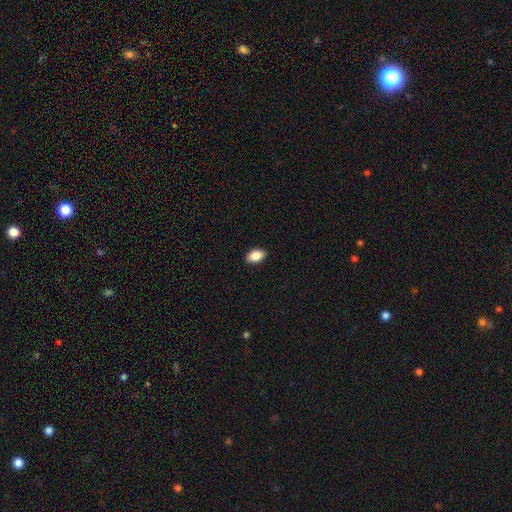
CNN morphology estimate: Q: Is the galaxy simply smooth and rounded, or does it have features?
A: smooth — 87%.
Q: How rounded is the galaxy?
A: in between — 92%.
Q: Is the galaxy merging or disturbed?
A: none — 90%.